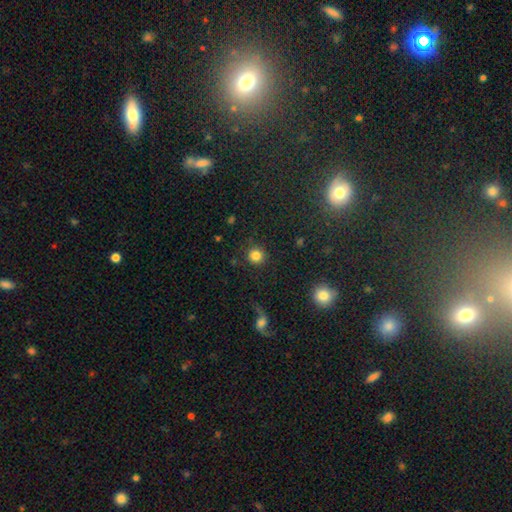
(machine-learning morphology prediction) smooth_or_featured: smooth (p=0.84) [alt: star or artifact p=0.11]
how_rounded: round (p=0.94) [alt: in between p=0.05]
merging: none (p=0.88) [alt: minor disturbance p=0.06]